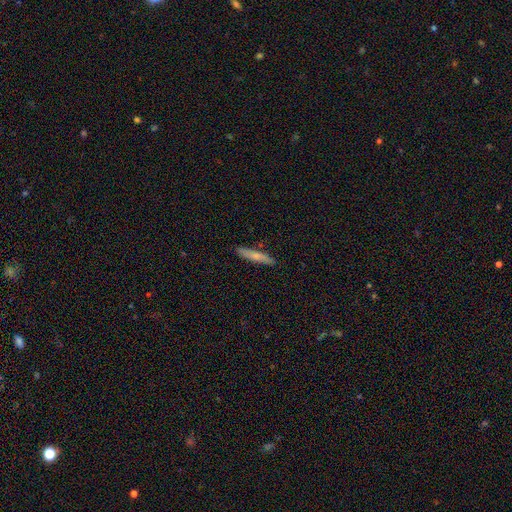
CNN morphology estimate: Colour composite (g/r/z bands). It shows a smooth galaxy with no disk features (63%) that is cigar-shaped (91%). Merging: none (88%).